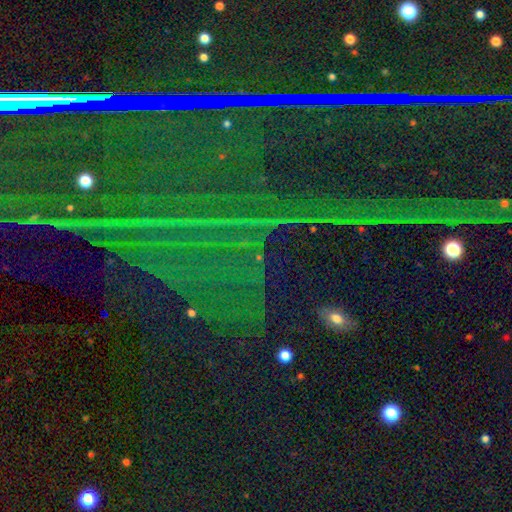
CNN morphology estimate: smooth_or_featured: star or artifact (p=0.85) [alt: featured or disk p=0.08]